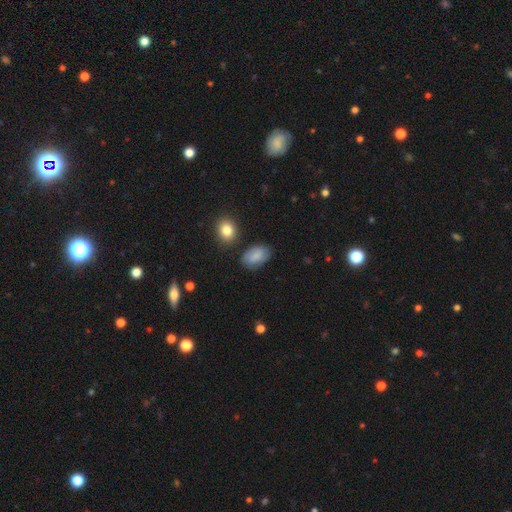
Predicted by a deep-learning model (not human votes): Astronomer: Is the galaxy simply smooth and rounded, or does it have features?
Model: smooth — 82%.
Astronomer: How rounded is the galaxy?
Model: in between — 91%.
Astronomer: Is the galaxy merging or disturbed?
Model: none — 77%.